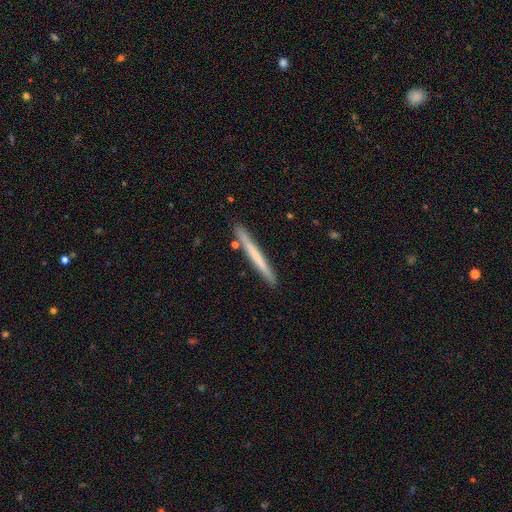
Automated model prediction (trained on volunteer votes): Overall: smooth (58%; featured or disk 36%). How rounded: cigar-shaped (97%). Merging: none (90%).